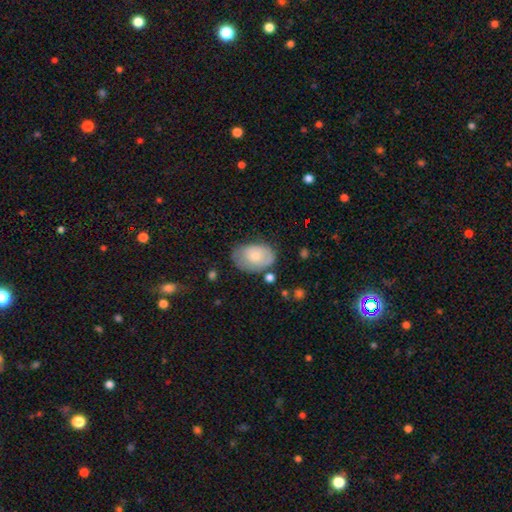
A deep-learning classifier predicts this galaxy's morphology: type=smooth (70%); roundness=in between (86%); merging=none (63%).